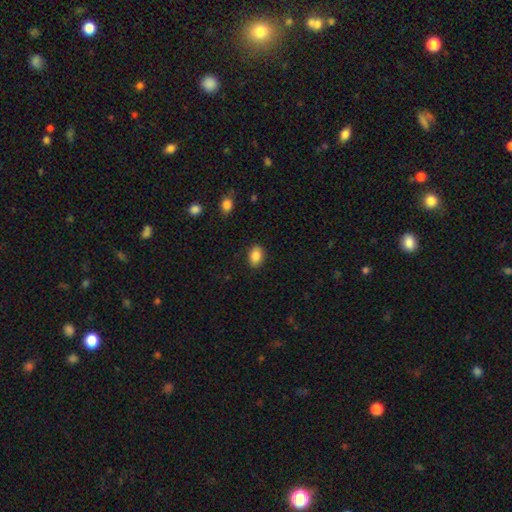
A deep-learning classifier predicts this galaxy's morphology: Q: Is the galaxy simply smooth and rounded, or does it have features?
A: smooth — 87%.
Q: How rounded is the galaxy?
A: in between — 81%.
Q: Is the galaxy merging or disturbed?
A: none — 88%.